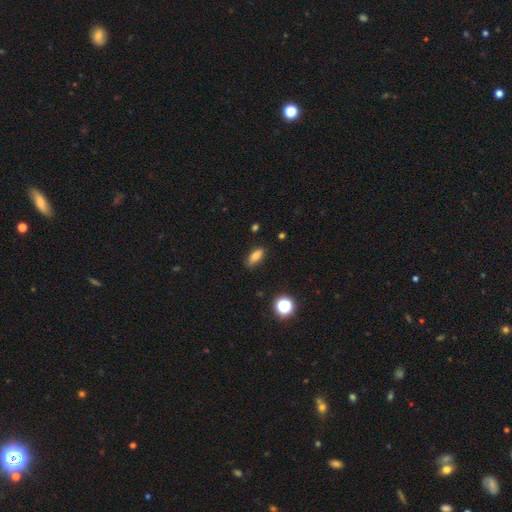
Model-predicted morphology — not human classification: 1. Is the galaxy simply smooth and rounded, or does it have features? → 76% smooth, 13% featured or disk, 11% star or artifact.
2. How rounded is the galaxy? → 76% in between, 19% cigar-shaped, 5% round.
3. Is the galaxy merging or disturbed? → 81% none, 15% minor disturbance, 3% major disturbance, 2% merger.